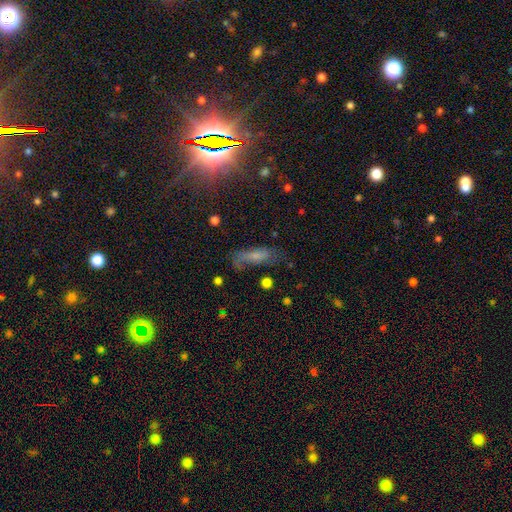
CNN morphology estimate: Smooth or featured? Predicted: smooth (p=0.48). Merging? Predicted: none (p=0.53).